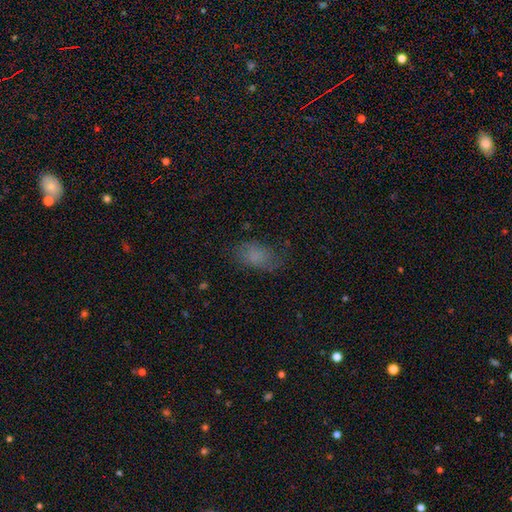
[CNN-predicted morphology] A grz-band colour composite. It shows a smooth galaxy with no disk features (67%) that is in between round and cigar-shaped (89%). Merging: none (63%).